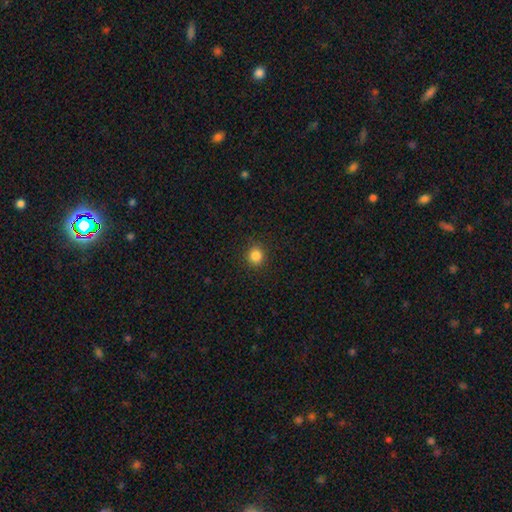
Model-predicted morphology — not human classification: Q: Smooth or featured?
A: smooth (85%); runner-up: star or artifact (11%)
Q: How rounded?
A: round (91%); runner-up: in between (8%)
Q: Merging?
A: none (91%); runner-up: minor disturbance (6%)